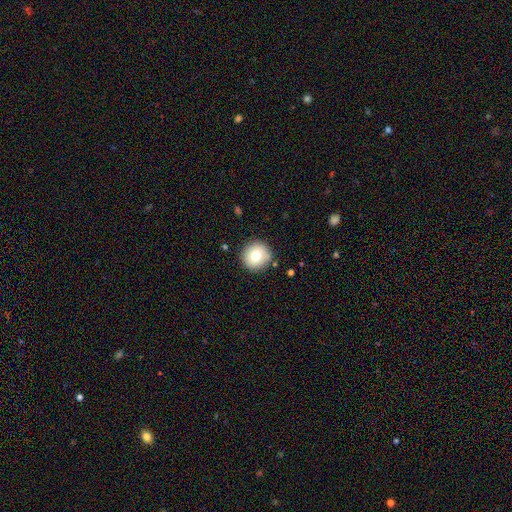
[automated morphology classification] This is likely a smooth galaxy (75%). How rounded: clearly round (95%). Merging: clearly none (87%).